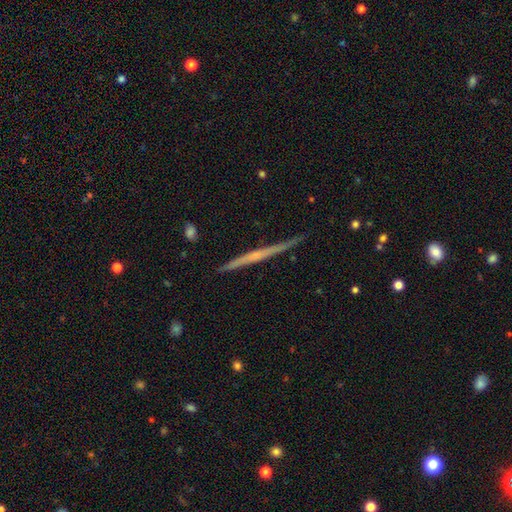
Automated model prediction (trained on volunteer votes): A featured or disk galaxy (67%) viewed edge-on (98%) with no central bulge (69%).

Vote fractions:
- Smooth or featured? featured or disk: 67% / smooth: 27% / star or artifact: 6%
- Edge-on disk? yes: 98% / no: 2%
- Edge-on bulge? none: 69% / rounded: 24% / boxy: 7%
- Merging? none: 86% / minor disturbance: 11% / major disturbance: 2% / merger: 1%